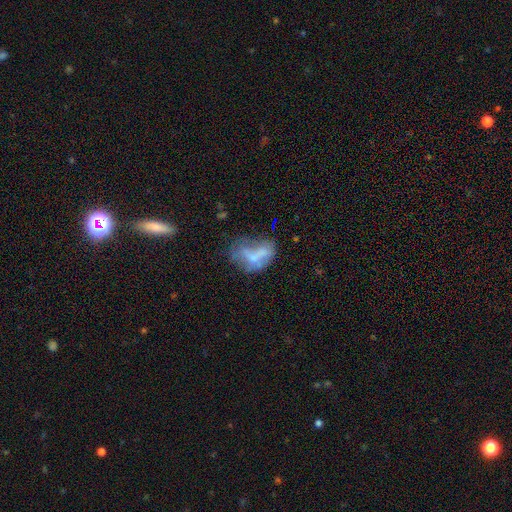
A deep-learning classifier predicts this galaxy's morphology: A smooth galaxy with no disk features (46%).

Vote fractions:
- Smooth or featured? smooth: 46% / featured or disk: 43% / star or artifact: 12%
- Merging? none: 31% / major disturbance: 27% / minor disturbance: 23% / merger: 19%